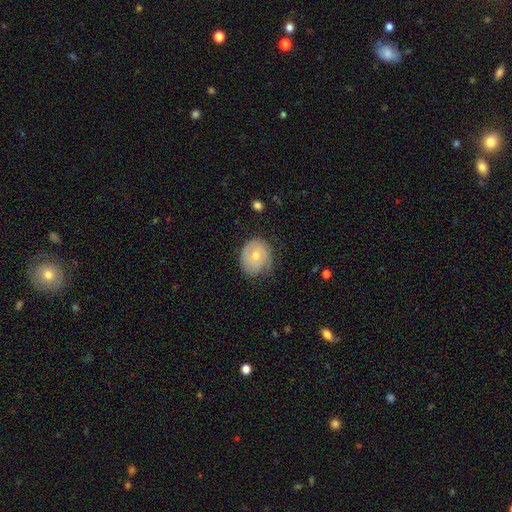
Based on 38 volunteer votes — smooth-or-featured: featured or disk: 55% | smooth: 39% | star or artifact: 5%
  disk-edge-on: no: 95% | yes: 5%
    bar: no: 85% | weak: 15% | strong: 0%
    has-spiral-arms: yes: 80% | no: 20%
      spiral-winding: tight: 56% | medium: 31% | loose: 12%
      spiral-arm-count: can't tell: 56% | 2: 25% | 1: 19% | 3: 0% | 4: 0% | more than 4: 0%
    bulge-size: moderate: 75% | small: 25% | dominant: 0% | large: 0% | none: 0%
  merging: none: 53% | minor disturbance: 33% | major disturbance: 14% | merger: 0%